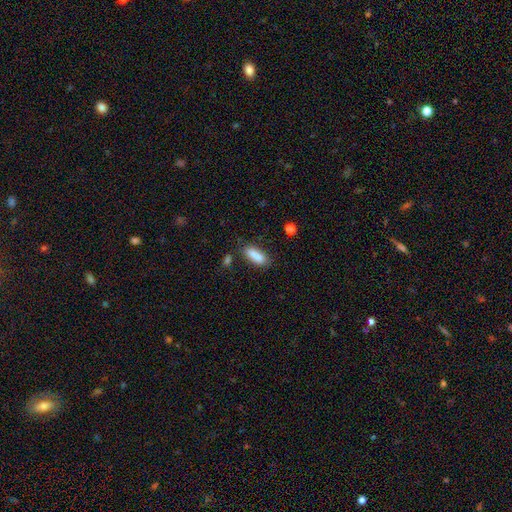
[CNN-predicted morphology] This is clearly a smooth galaxy (85%). How rounded: possibly in between (56%). Merging: likely none (76%).